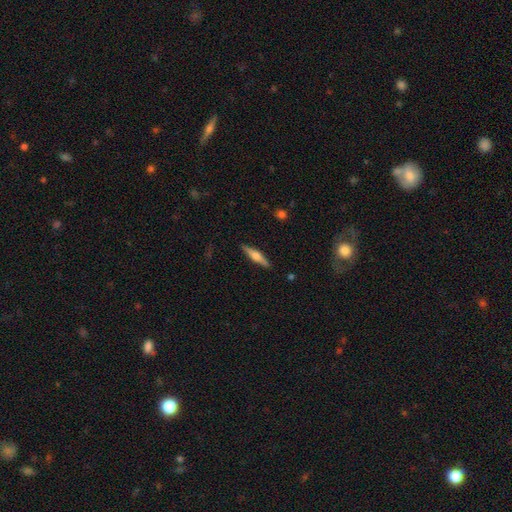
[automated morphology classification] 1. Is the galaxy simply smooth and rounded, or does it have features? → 59% featured or disk, 35% smooth, 6% star or artifact.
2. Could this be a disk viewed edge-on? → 97% yes, 3% no.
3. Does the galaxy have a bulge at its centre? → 87% rounded, 9% boxy, 4% none.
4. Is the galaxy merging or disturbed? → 90% none, 8% minor disturbance, 2% major disturbance, 1% merger.